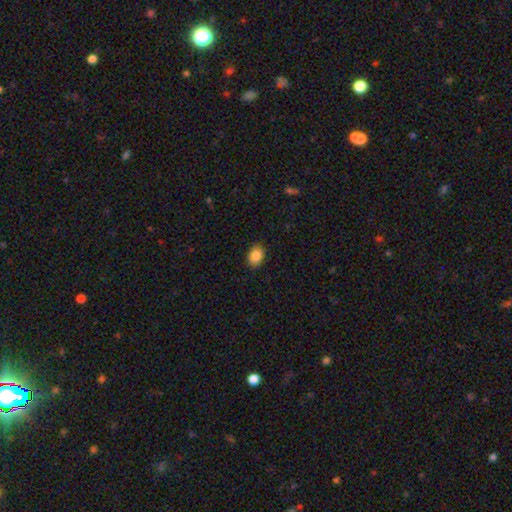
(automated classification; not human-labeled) Overall: smooth (87%). How rounded: in between (78%). Merging: none (89%).